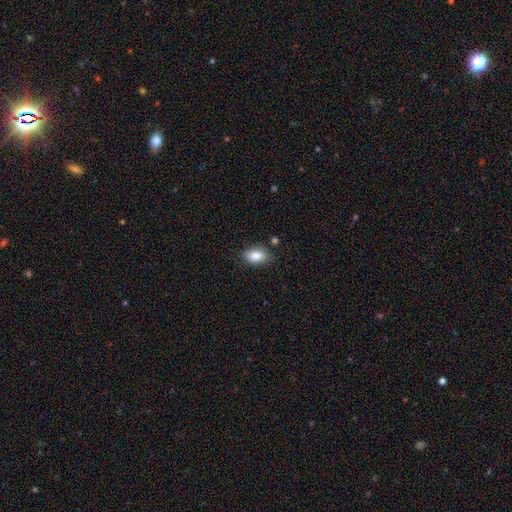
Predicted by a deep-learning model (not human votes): A smooth galaxy with no disk features (85%) that is in between round and cigar-shaped (86%). Merging: none (81%).